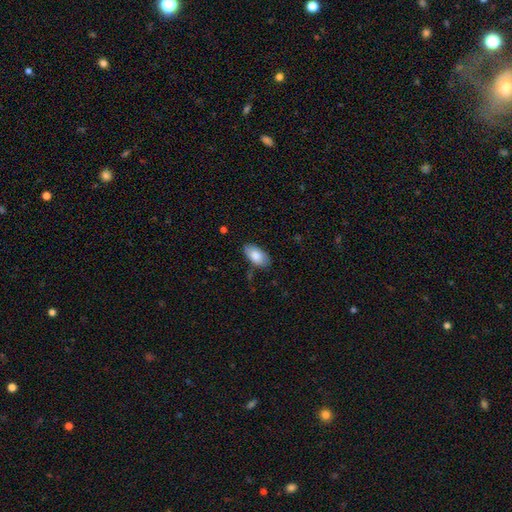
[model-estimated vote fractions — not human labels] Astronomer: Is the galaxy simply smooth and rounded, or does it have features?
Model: smooth — 83%.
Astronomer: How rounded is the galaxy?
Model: in between — 95%.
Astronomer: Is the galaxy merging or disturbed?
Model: none — 80%.